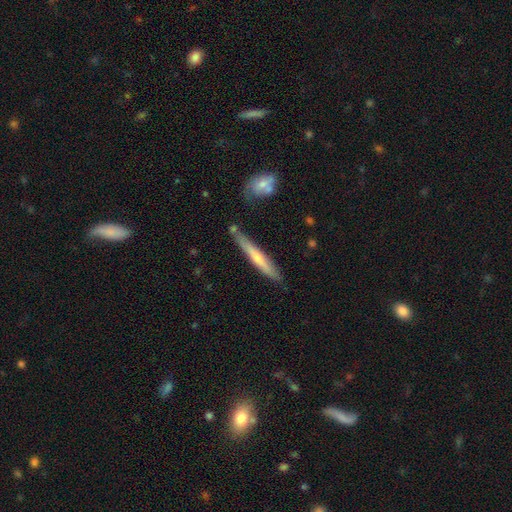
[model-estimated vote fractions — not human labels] Overall: smooth (51%; featured or disk 43%). How rounded: cigar-shaped (94%). Merging: none (80%).